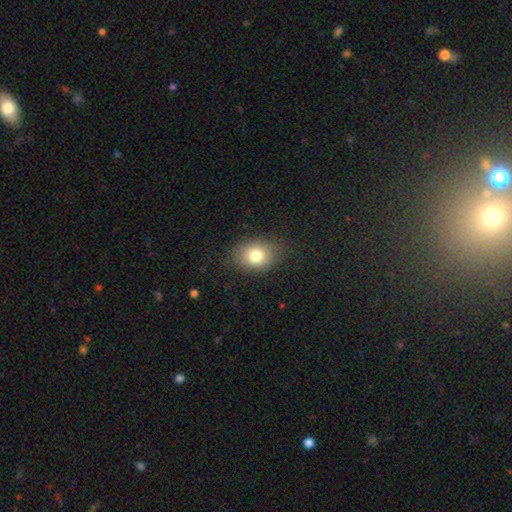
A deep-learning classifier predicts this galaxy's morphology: type=smooth (79%); roundness=in between (56%); merging=none (81%).